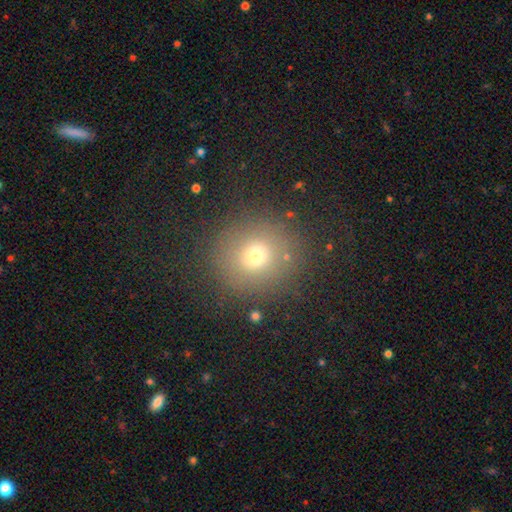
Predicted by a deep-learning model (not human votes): Smooth or featured?
  - smooth: 71% *
  - star or artifact: 18%
  - featured or disk: 11%
How rounded?
  - round: 90% *
  - in between: 9%
  - cigar-shaped: 1%
Merging?
  - none: 83% *
  - minor disturbance: 9%
  - major disturbance: 5%
  - merger: 2%